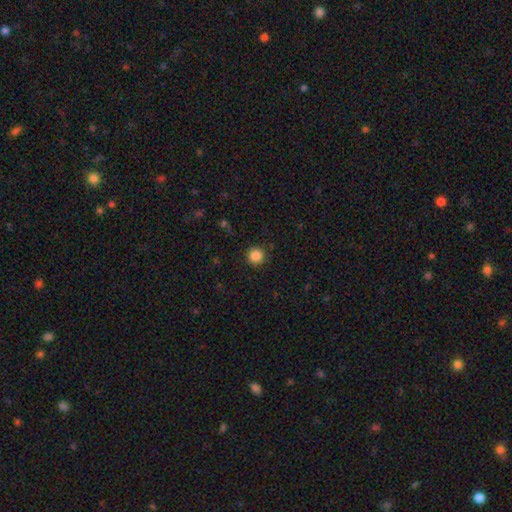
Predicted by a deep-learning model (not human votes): Morphology: type=smooth (86%); roundness=round (95%); merging=none (90%).